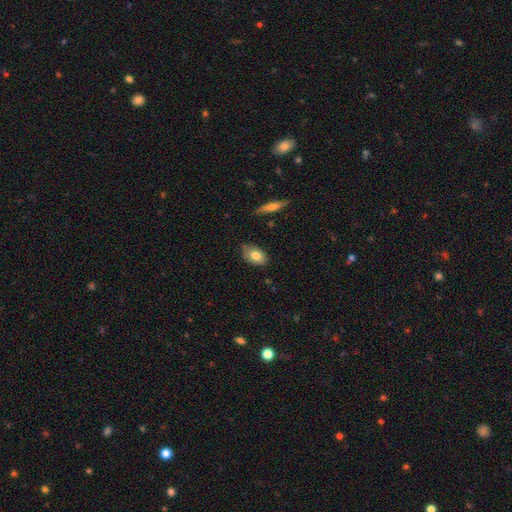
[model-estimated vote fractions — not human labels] Smooth or featured? Predicted: smooth (p=0.78). How rounded? Predicted: in between (p=0.87). Merging? Predicted: none (p=0.76).